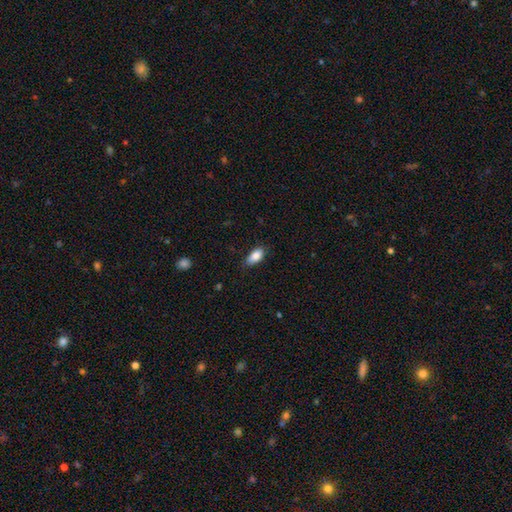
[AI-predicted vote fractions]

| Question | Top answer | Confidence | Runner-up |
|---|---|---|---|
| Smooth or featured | smooth | 85% | featured or disk (8%) |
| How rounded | in between | 89% | cigar-shaped (8%) |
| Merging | none | 79% | minor disturbance (17%) |